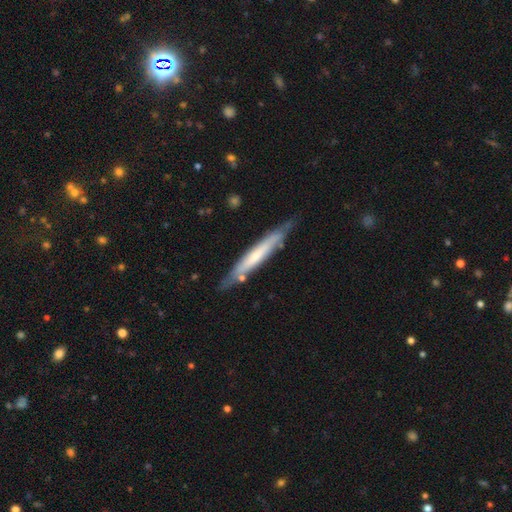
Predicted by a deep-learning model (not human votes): featured or disk 51%, smooth 44%, star or artifact 5%. Down the decision tree: edge-on disk — yes (83%); merging — none (73%).